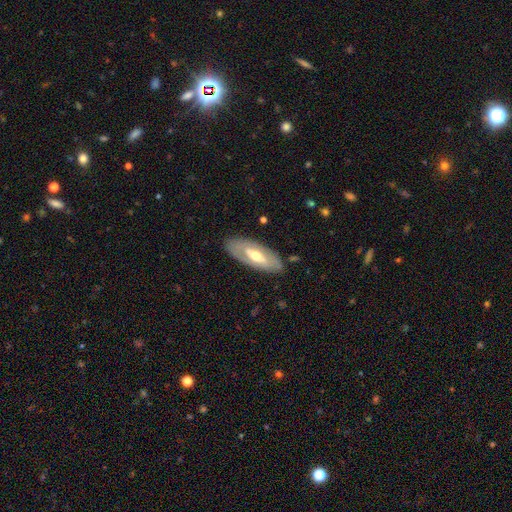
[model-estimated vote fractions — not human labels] This appears to be a featured or disk galaxy (60%). Merging: none (83%).